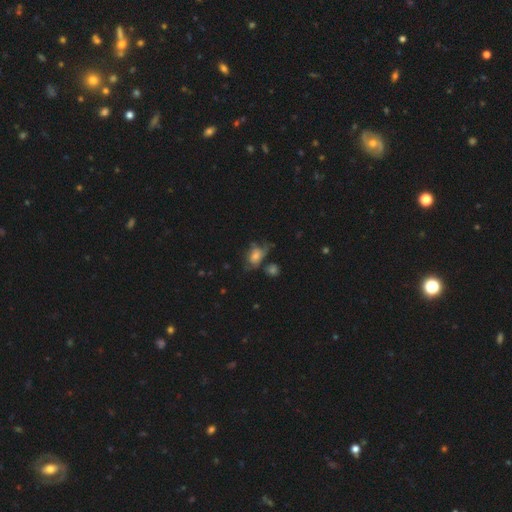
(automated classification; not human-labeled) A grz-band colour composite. It shows a smooth galaxy with no disk features (51%) that is in between round and cigar-shaped (77%). Merging: none (37%).